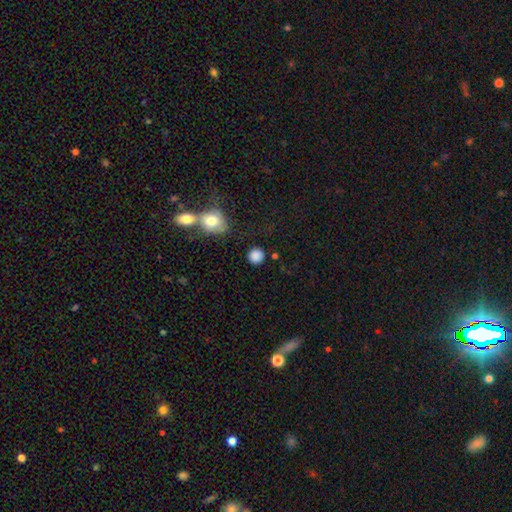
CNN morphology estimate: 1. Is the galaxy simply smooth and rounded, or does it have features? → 85% smooth, 10% star or artifact, 5% featured or disk.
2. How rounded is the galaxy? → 90% round, 8% in between, 1% cigar-shaped.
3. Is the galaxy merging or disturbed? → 81% none, 10% minor disturbance, 6% merger, 4% major disturbance.